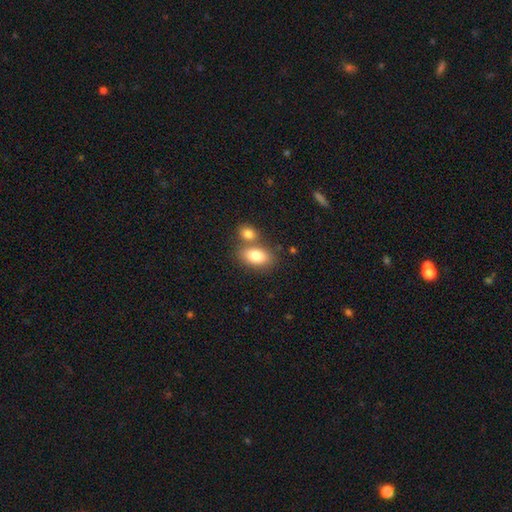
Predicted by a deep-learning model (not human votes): The model was most divided on "merging": none: 50%, merger: 37%, minor disturbance: 10%, major disturbance: 3%. More confident: how rounded — in between (89%); smooth or featured — smooth (83%).